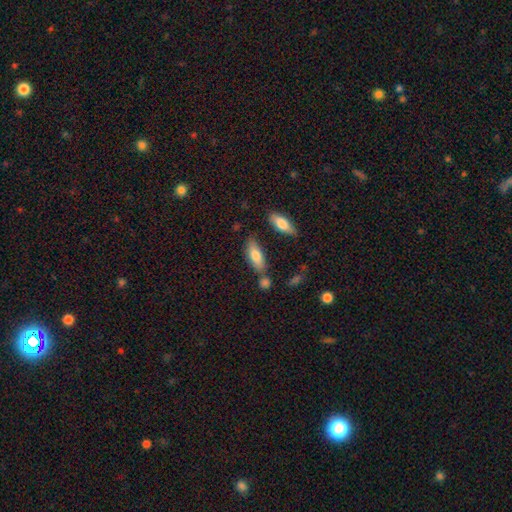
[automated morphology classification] Smooth or featured: smooth — 76% (featured or disk — 17%)
How rounded: in between — 69% (cigar-shaped — 28%)
Merging: none — 66% (minor disturbance — 16%)